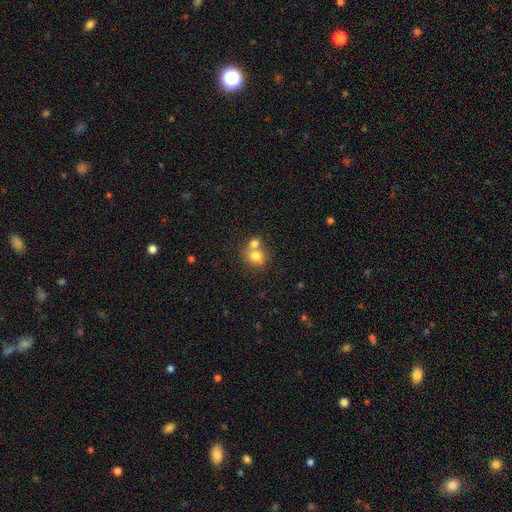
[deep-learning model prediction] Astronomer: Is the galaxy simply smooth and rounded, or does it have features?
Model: smooth — 77%.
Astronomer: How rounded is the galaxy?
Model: round — 71%.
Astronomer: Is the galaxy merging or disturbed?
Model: merger — 51% (runner-up: none, 38%).